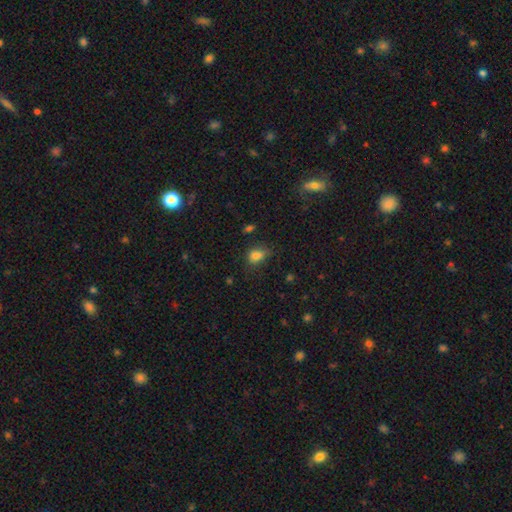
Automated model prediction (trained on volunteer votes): This appears to be a smooth galaxy with no disk features (76%) that is in between round and cigar-shaped (60%). Merging: none (46%).